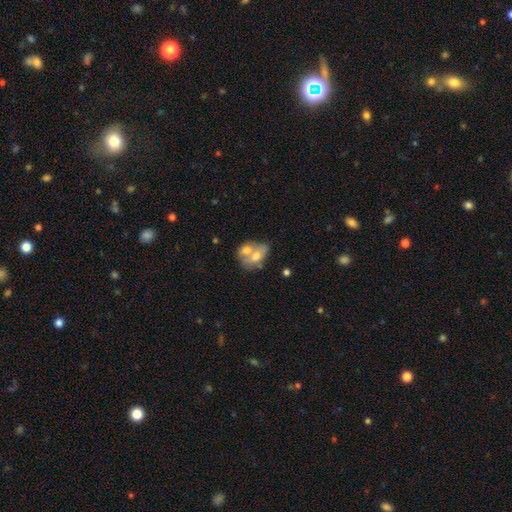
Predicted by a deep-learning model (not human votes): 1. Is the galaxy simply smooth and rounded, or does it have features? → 60% smooth, 33% featured or disk, 7% star or artifact.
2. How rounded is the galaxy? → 67% in between, 31% round, 2% cigar-shaped.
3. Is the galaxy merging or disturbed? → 69% merger, 18% none, 8% minor disturbance, 5% major disturbance.